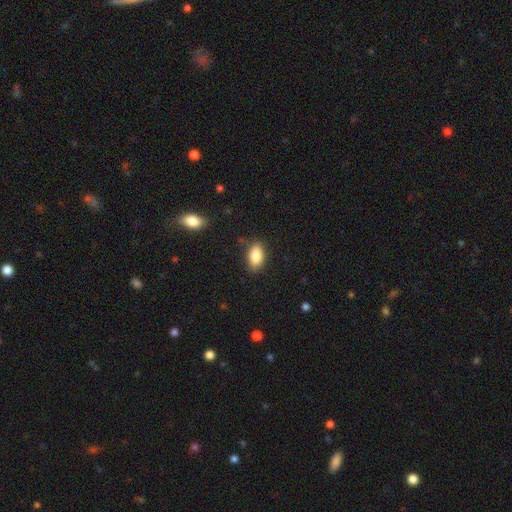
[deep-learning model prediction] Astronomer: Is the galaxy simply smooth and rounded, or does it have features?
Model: smooth — 86%.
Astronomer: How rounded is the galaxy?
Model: in between — 91%.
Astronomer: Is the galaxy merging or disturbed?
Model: none — 82%.